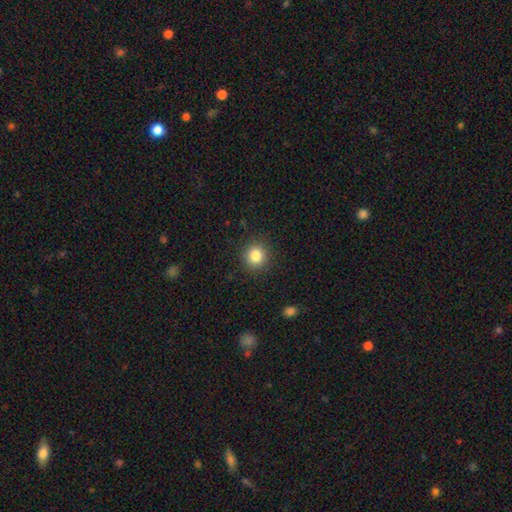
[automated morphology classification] type=smooth (84%); roundness=round (90%); merging=none (90%).